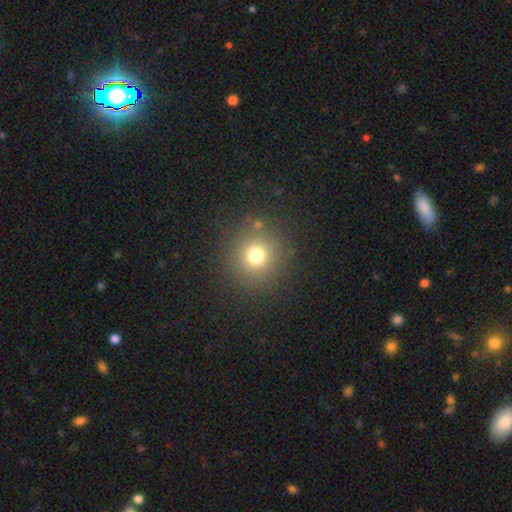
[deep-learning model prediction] This appears to be a smooth galaxy with no disk features (73%) that is round (93%). Merging: none (86%).